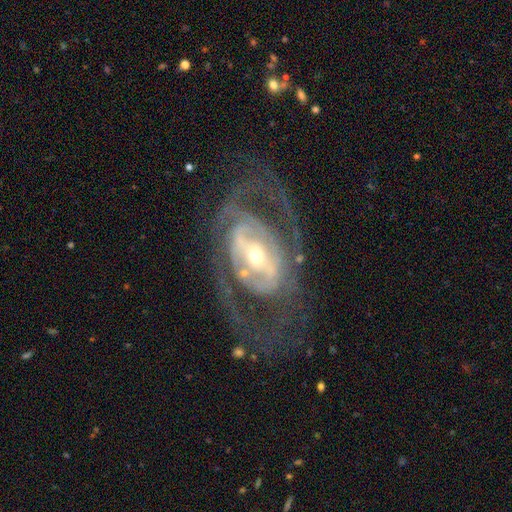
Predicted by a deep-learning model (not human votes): A featured or disk galaxy (86%) with a strong bar (43%), 2 (64%) medium (43%) spiral arms (78%) and a small central bulge (51%). Merging: none (64%).